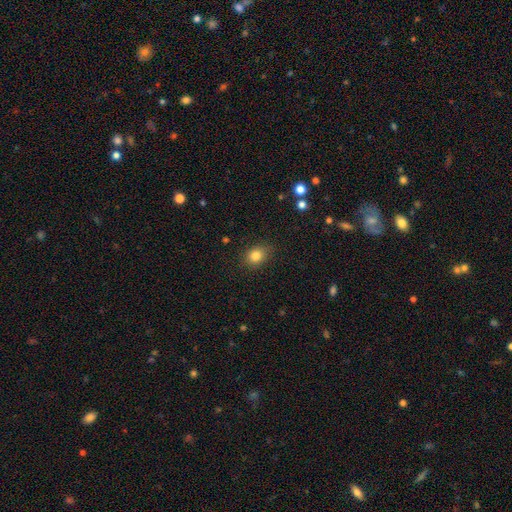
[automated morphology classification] smooth_or_featured: smooth (p=0.83) [alt: star or artifact p=0.11]
how_rounded: round (p=0.52) [alt: in between p=0.47]
merging: none (p=0.83) [alt: minor disturbance p=0.13]